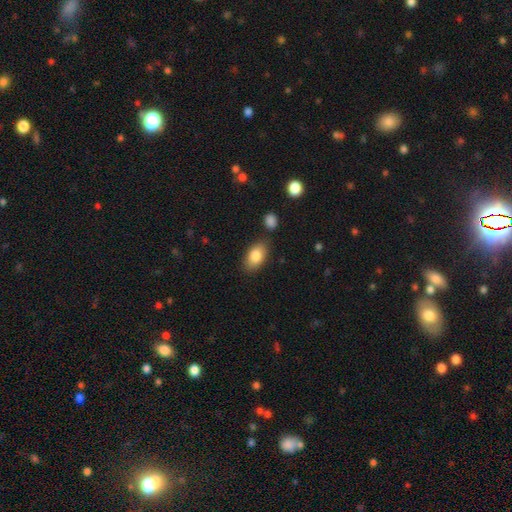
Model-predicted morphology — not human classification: A smooth galaxy with no disk features (83%) that is in between round and cigar-shaped (92%).

Vote fractions:
- Smooth or featured? smooth: 83% / featured or disk: 10% / star or artifact: 7%
- How rounded? in between: 92% / round: 6% / cigar-shaped: 2%
- Merging? none: 81% / minor disturbance: 12% / merger: 4% / major disturbance: 3%